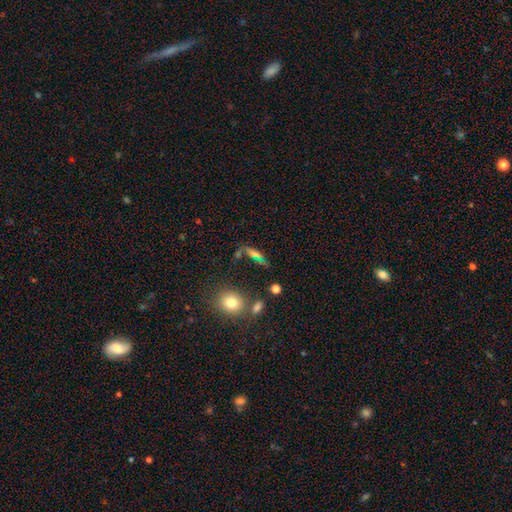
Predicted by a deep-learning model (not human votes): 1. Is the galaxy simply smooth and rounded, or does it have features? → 57% smooth, 26% featured or disk, 17% star or artifact.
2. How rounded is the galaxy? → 55% cigar-shaped, 35% in between, 10% round.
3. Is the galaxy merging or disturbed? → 59% none, 17% minor disturbance, 14% merger, 10% major disturbance.